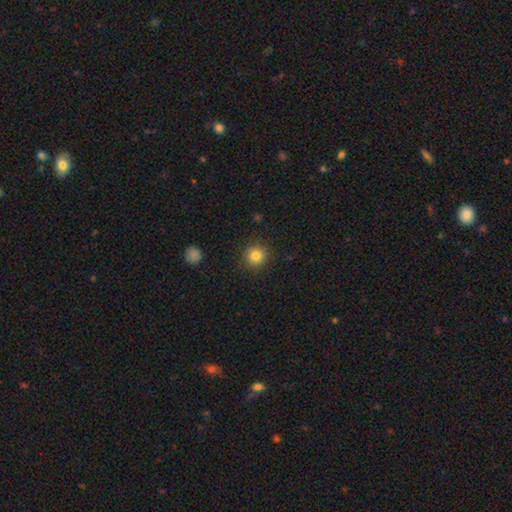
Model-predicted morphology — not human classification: A smooth galaxy with no disk features (83%) that is round (93%).

Vote fractions:
- Smooth or featured? smooth: 83% / star or artifact: 11% / featured or disk: 6%
- How rounded? round: 93% / in between: 6% / cigar-shaped: 1%
- Merging? none: 89% / minor disturbance: 7% / major disturbance: 2% / merger: 1%